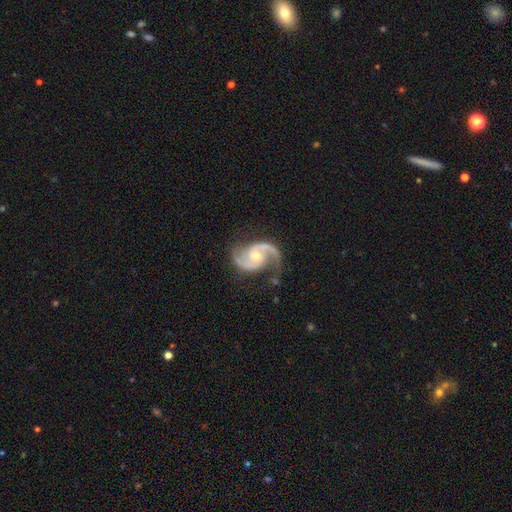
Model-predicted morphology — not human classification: Q: Smooth or featured?
A: featured or disk (92%); runner-up: star or artifact (4%)
Q: Edge-on disk?
A: no (98%); runner-up: yes (2%)
Q: Bar?
A: no (63%); runner-up: weak (29%)
Q: Spiral arms?
A: yes (98%); runner-up: no (2%)
Q: Spiral winding?
A: medium (59%); runner-up: loose (22%)
Q: Spiral arm count?
A: 2 (92%); runner-up: 3 (2%)
Q: Bulge size?
A: moderate (59%); runner-up: small (37%)
Q: Merging?
A: none (74%); runner-up: minor disturbance (17%)